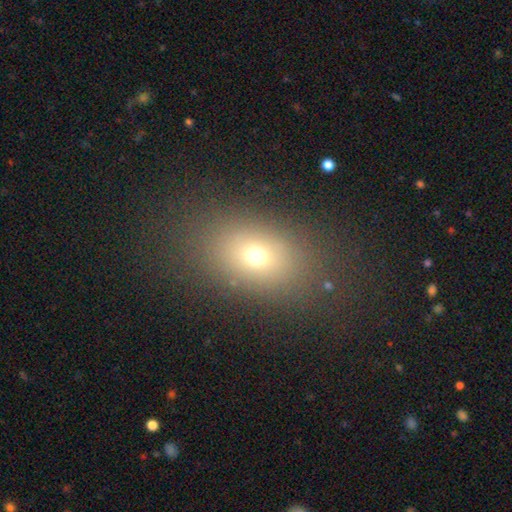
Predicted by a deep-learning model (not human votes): Smooth or featured?
  - smooth: 68% *
  - star or artifact: 19%
  - featured or disk: 14%
How rounded?
  - in between: 68% *
  - round: 31%
  - cigar-shaped: 2%
Merging?
  - none: 81% *
  - minor disturbance: 10%
  - major disturbance: 7%
  - merger: 2%